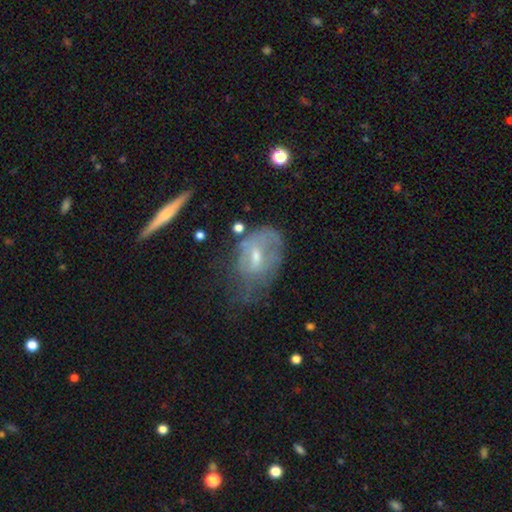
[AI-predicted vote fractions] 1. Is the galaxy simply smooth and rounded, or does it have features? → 56% featured or disk, 35% smooth, 9% star or artifact.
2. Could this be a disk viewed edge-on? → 92% no, 8% yes.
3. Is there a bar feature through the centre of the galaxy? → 47% weak, 39% no, 14% strong.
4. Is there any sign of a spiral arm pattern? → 60% no, 40% yes.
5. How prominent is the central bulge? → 47% moderate, 44% small, 5% none, 3% large, 1% dominant.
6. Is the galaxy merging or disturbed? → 36% major disturbance, 30% minor disturbance, 29% none, 4% merger.